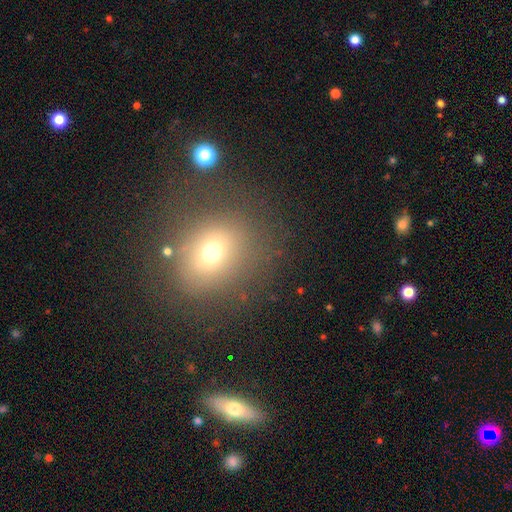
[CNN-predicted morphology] Q: Smooth or featured?
A: smooth (59%); runner-up: star or artifact (24%)
Q: How rounded?
A: round (62%); runner-up: in between (36%)
Q: Merging?
A: none (78%); runner-up: minor disturbance (12%)